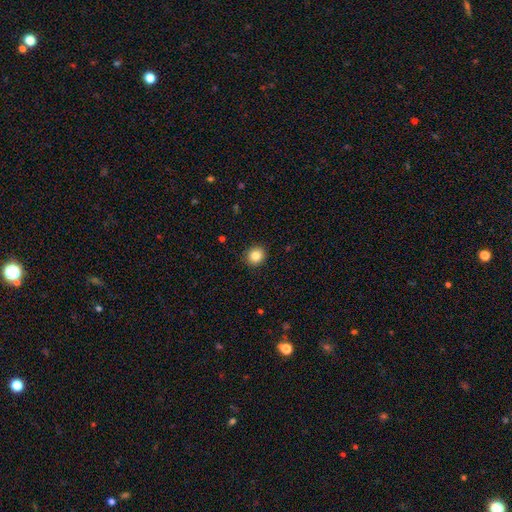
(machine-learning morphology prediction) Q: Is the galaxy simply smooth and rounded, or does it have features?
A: smooth — 85%.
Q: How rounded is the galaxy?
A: round — 84%.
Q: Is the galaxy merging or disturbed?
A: none — 91%.